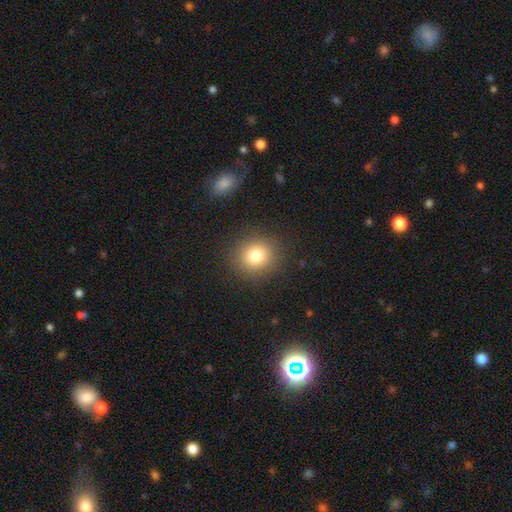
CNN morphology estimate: A smooth galaxy with no disk features (79%) that is round (86%).

Vote fractions:
- Smooth or featured? smooth: 79% / star or artifact: 13% / featured or disk: 9%
- How rounded? round: 86% / in between: 13% / cigar-shaped: 1%
- Merging? none: 89% / minor disturbance: 7% / major disturbance: 3% / merger: 1%